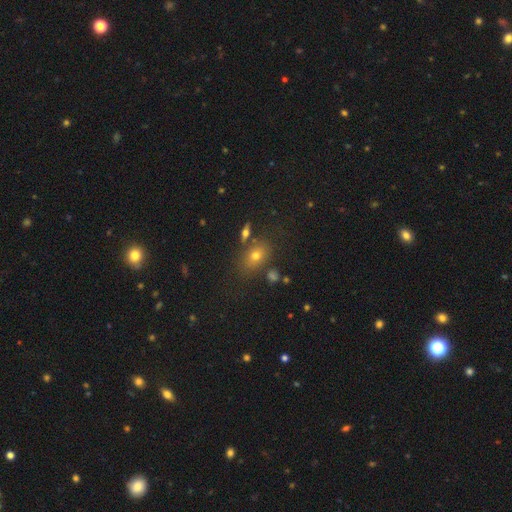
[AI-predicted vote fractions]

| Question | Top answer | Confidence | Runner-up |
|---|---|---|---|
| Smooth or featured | smooth | 68% | star or artifact (17%) |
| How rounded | in between | 68% | round (30%) |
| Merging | none | 73% | minor disturbance (12%) |